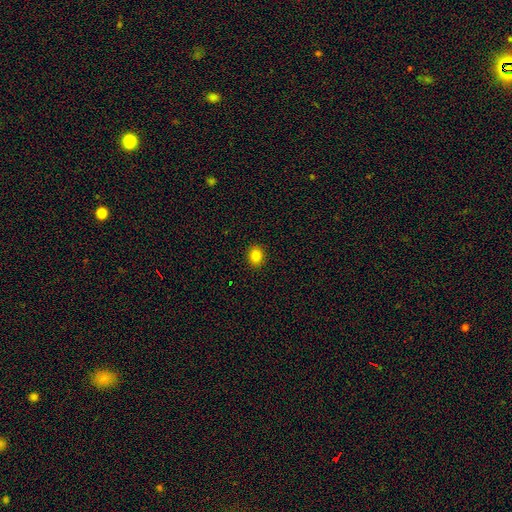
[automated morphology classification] A smooth galaxy with no disk features (83%) that is round (58%). Merging: none (91%).